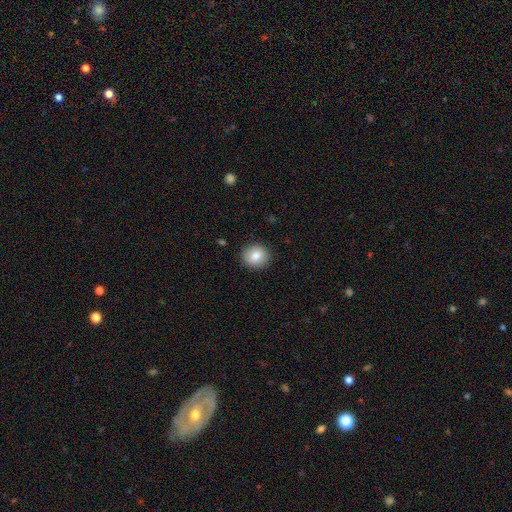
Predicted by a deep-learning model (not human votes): A smooth galaxy with no disk features (84%) that is round (83%). Merging: none (90%).